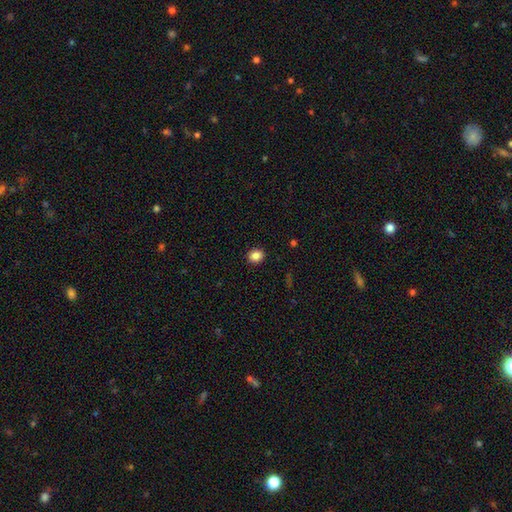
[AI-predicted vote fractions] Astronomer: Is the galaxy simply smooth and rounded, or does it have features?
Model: smooth — 85%.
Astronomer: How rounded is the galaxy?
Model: round — 69%.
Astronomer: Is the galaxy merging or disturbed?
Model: none — 91%.